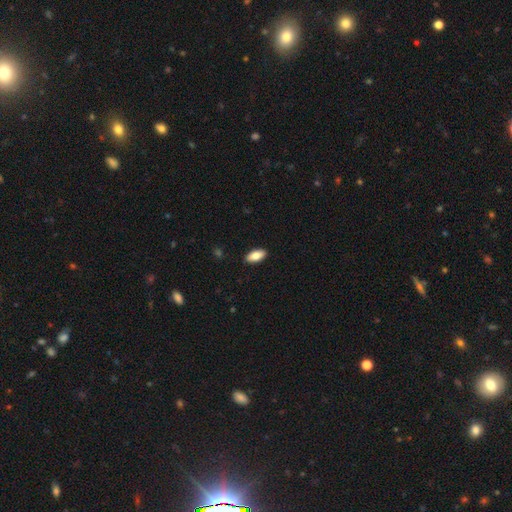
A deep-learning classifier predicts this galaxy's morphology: This is clearly a smooth galaxy (83%). How rounded: clearly in between (89%). Merging: clearly none (90%).